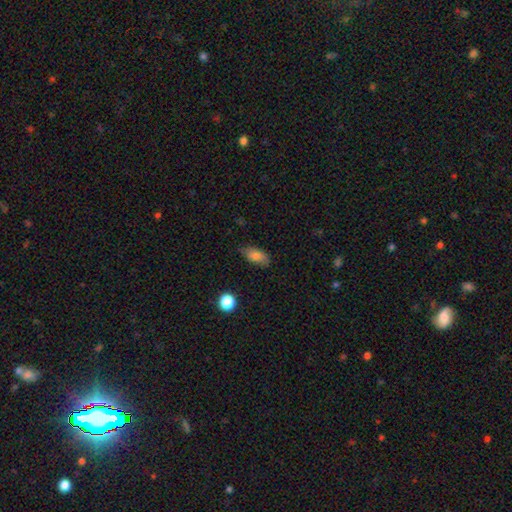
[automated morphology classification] Smooth or featured? smooth (81%)
How rounded? in between (89%)
Merging? none (74%)